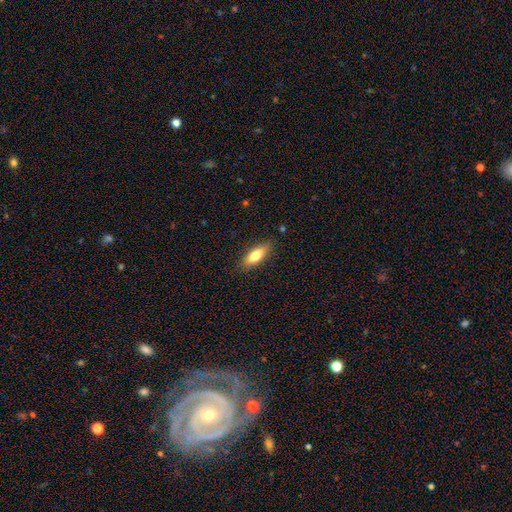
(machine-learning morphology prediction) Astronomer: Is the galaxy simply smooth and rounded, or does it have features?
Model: smooth — 75%.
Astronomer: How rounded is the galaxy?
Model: in between — 62%.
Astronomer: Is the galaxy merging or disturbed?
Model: none — 85%.